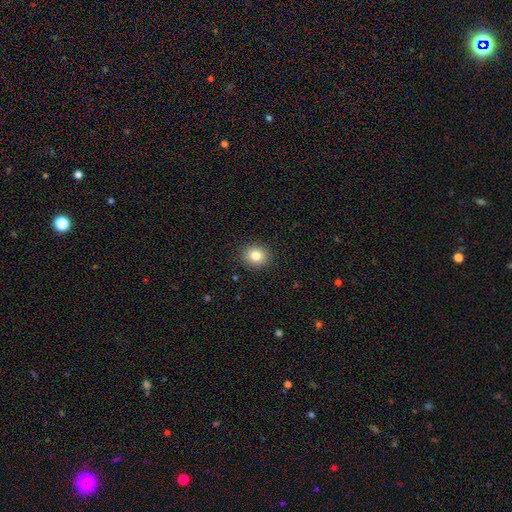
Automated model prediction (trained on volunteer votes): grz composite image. It shows a smooth galaxy with no disk features (82%) that is round (78%). Merging: none (91%).